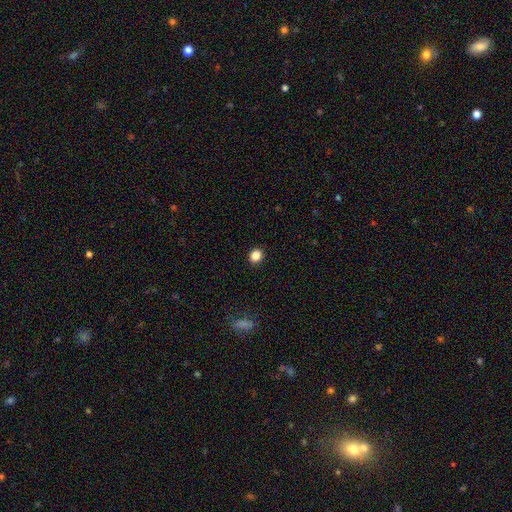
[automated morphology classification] Smooth or featured: smooth — 86% (star or artifact — 11%)
How rounded: round — 73% (in between — 26%)
Merging: none — 92% (minor disturbance — 5%)